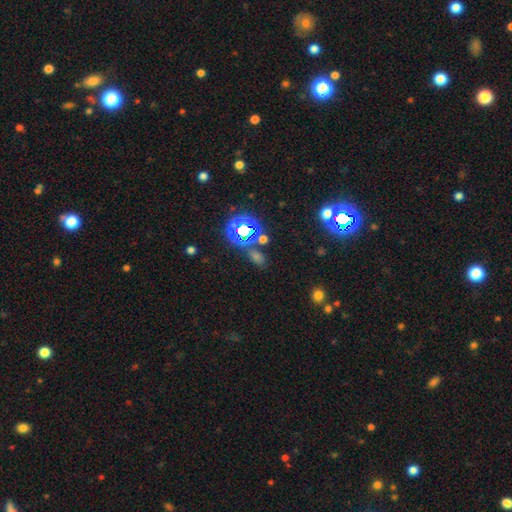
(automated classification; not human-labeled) This is possibly a star or artifact rather than a galaxy (54%).